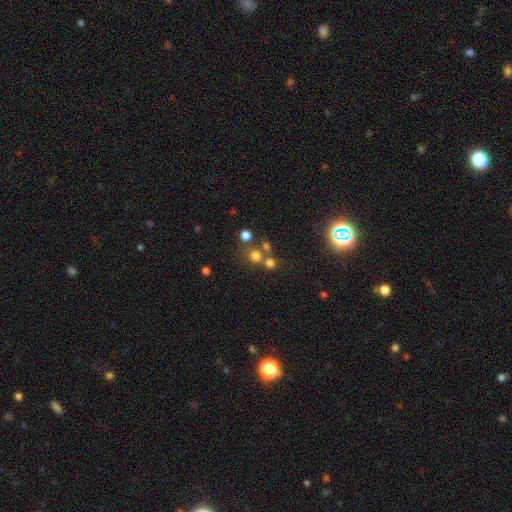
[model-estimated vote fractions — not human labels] This is likely a smooth galaxy (68%). How rounded: clearly round (87%). Merging: possibly none (55%).